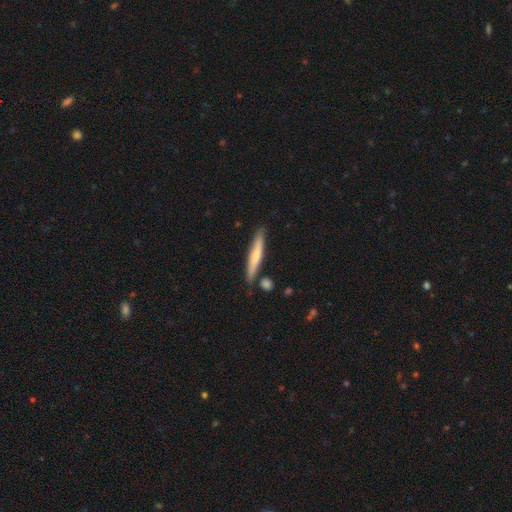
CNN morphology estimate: type=smooth (61%); roundness=cigar-shaped (93%); merging=none (80%).